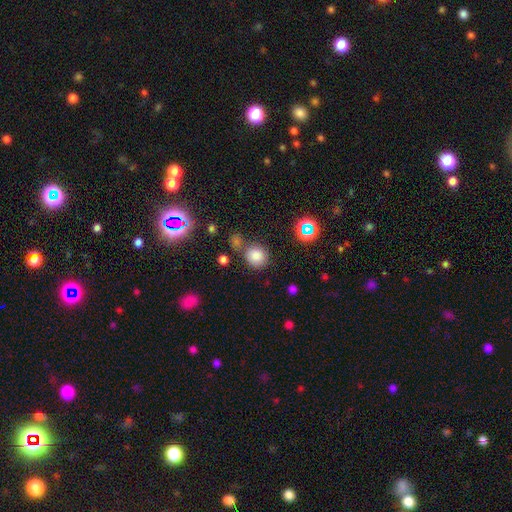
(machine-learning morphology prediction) Overall: smooth (79%). How rounded: round (88%). Merging: none (71%).